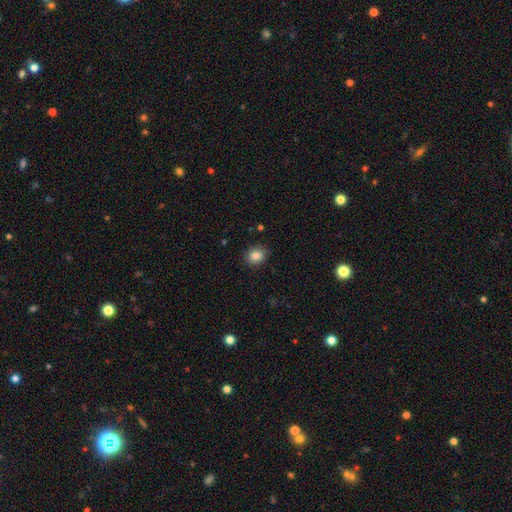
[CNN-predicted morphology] Smooth or featured? smooth (86%)
How rounded? round (50%)
Merging? none (85%)